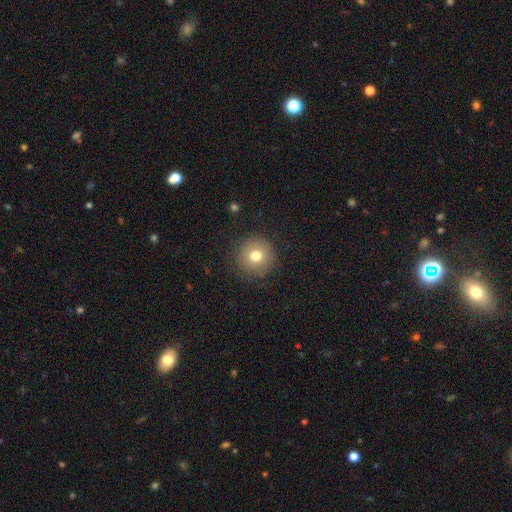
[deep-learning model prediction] This is likely a smooth galaxy (75%). How rounded: clearly round (94%). Merging: clearly none (87%).